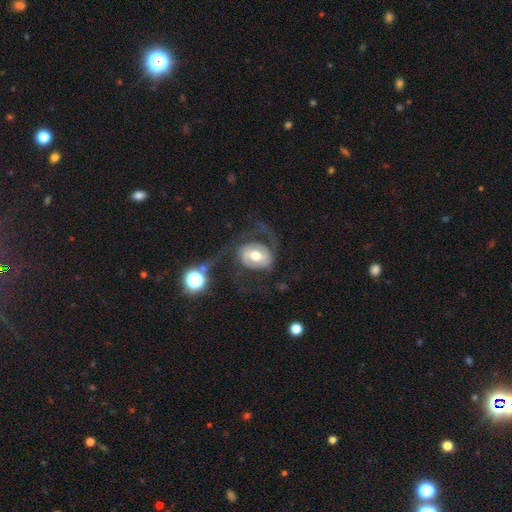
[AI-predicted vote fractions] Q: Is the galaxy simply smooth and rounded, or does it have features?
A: featured or disk — 74%.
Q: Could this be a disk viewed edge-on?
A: no — 97%.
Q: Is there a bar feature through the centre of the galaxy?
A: weak — 39%.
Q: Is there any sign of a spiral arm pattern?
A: yes — 81%.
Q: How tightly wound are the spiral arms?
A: medium — 42%.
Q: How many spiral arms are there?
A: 2 — 74%.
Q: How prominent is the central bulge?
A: moderate — 73%.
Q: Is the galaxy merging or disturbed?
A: none — 49%.